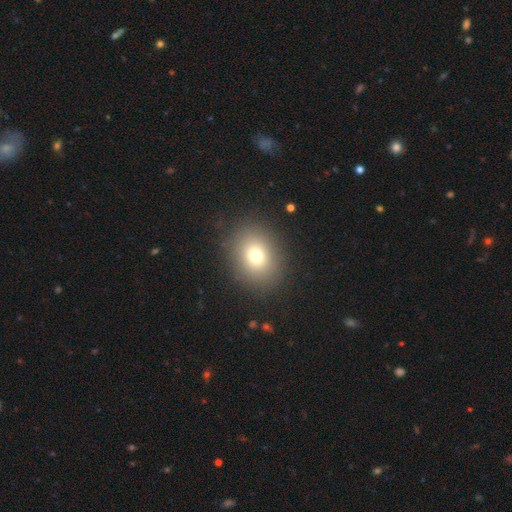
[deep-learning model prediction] Smooth or featured: smooth — 73% (star or artifact — 15%)
How rounded: round — 60% (in between — 39%)
Merging: none — 86% (minor disturbance — 8%)